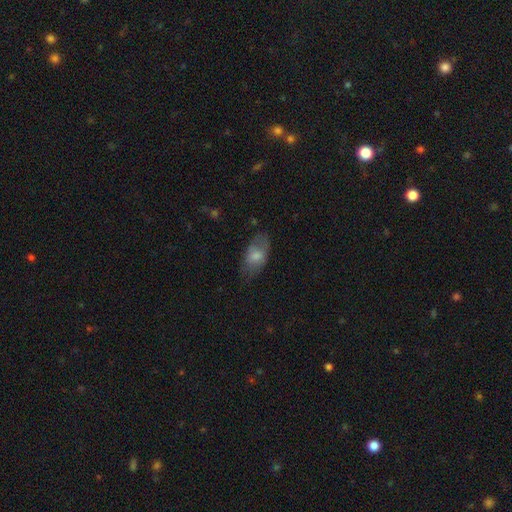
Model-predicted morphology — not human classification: This appears to be a smooth galaxy with no disk features (70%) that is in between round and cigar-shaped (91%). Merging: none (58%).